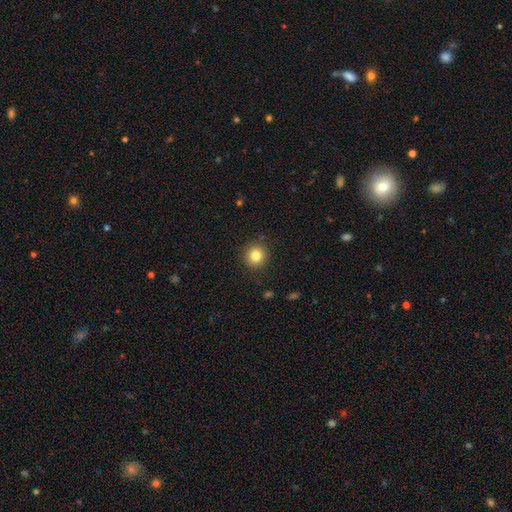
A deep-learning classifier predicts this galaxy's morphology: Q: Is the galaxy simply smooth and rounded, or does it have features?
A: smooth — 82%.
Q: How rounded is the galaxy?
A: round — 93%.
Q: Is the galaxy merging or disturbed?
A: none — 89%.